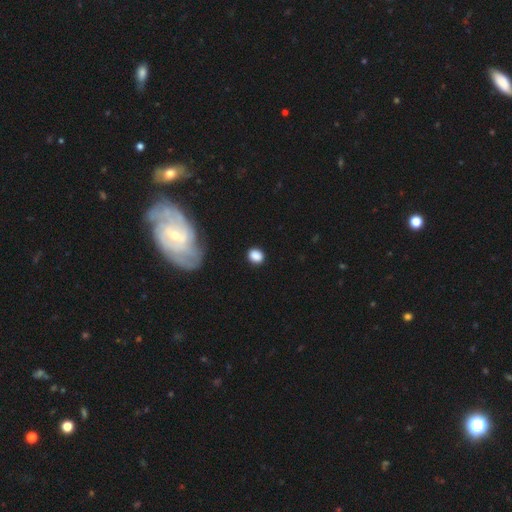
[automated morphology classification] smooth 86%, star or artifact 9%, featured or disk 5%. Down the decision tree: how rounded — round (55%); merging — none (86%).